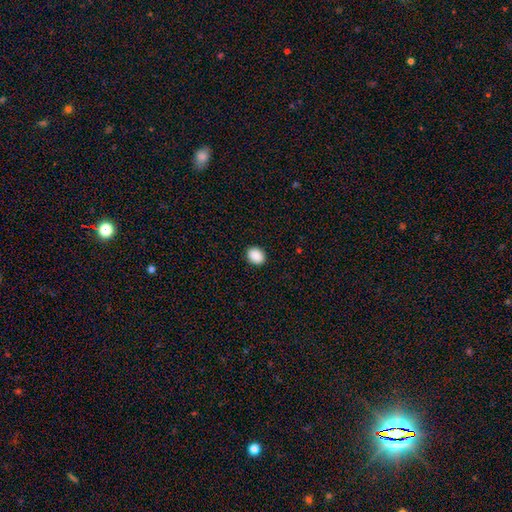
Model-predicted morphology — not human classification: A smooth galaxy with no disk features (90%) that is in between round and cigar-shaped (56%). Merging: none (91%).